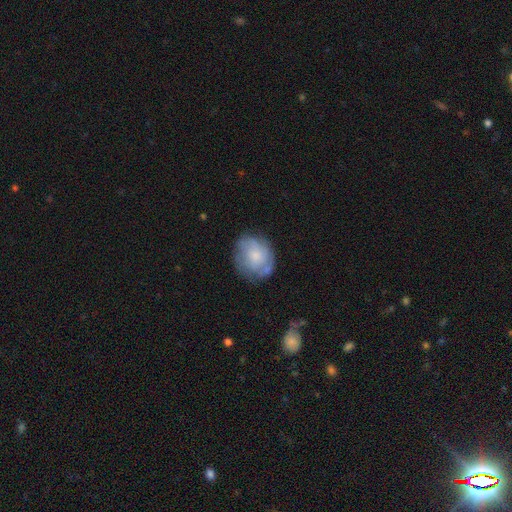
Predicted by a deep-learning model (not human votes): Q: Smooth or featured?
A: smooth (57%); runner-up: featured or disk (36%)
Q: How rounded?
A: round (63%); runner-up: in between (36%)
Q: Merging?
A: none (61%); runner-up: minor disturbance (25%)